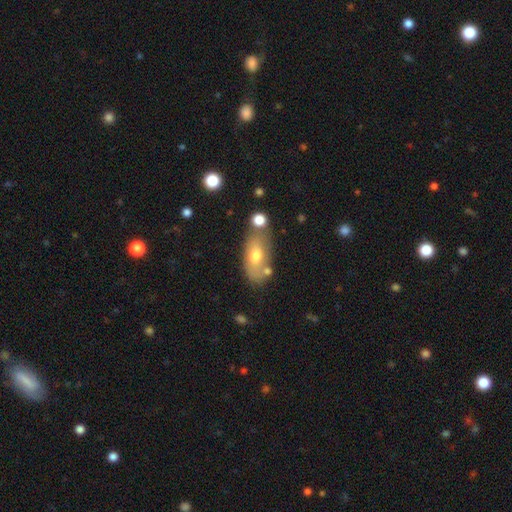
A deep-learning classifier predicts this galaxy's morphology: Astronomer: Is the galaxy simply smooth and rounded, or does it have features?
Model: smooth — 65%.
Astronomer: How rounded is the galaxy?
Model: in between — 88%.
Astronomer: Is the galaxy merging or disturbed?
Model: none — 64%.